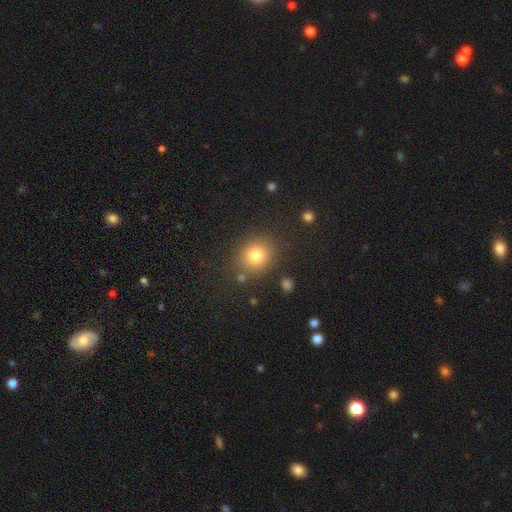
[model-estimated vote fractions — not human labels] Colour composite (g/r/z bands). It shows a smooth galaxy with no disk features (79%) that is round (77%). Merging: none (82%).